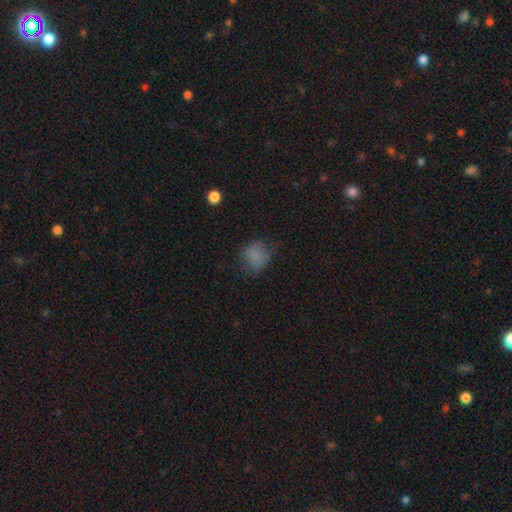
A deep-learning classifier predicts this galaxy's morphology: Smooth or featured: smooth — 75% (star or artifact — 13%)
How rounded: round — 63% (in between — 36%)
Merging: none — 57% (minor disturbance — 26%)